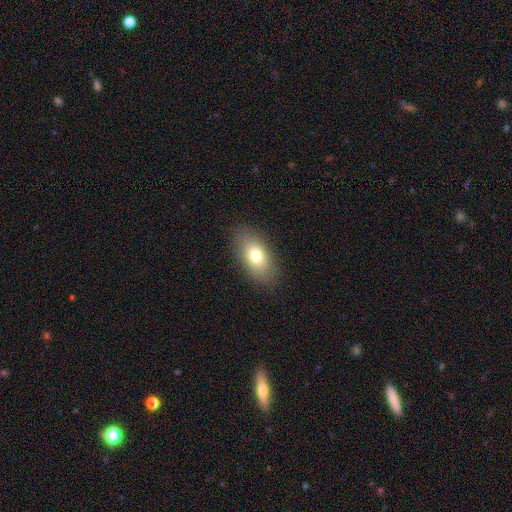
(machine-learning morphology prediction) smooth 76%, featured or disk 16%, star or artifact 9%. Down the decision tree: how rounded — in between (90%); merging — none (86%).